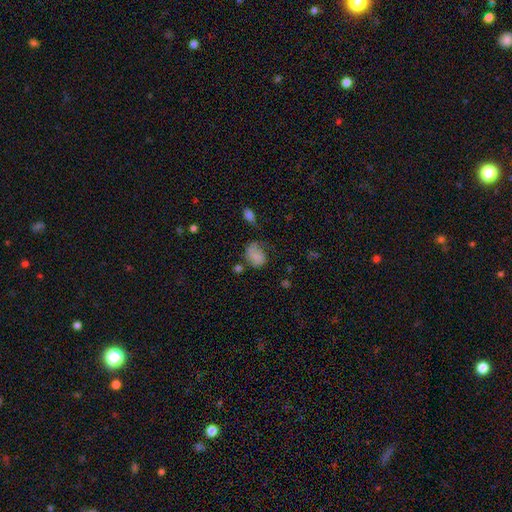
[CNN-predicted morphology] Smooth or featured? Predicted: smooth (p=0.77). How rounded? Predicted: in between (p=0.59). Merging? Predicted: none (p=0.41).